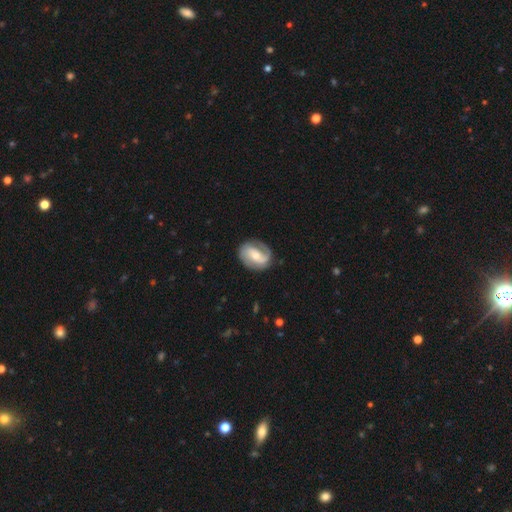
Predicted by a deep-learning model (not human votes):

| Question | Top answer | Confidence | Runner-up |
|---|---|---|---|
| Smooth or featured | featured or disk | 77% | smooth (18%) |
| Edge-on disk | no | 97% | yes (3%) |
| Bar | weak | 41% | no (38%) |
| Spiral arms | yes | 91% | no (9%) |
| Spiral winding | medium | 42% | tight (32%) |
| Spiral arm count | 2 | 75% | 1 (12%) |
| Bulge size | moderate | 54% | small (40%) |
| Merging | none | 77% | minor disturbance (15%) |